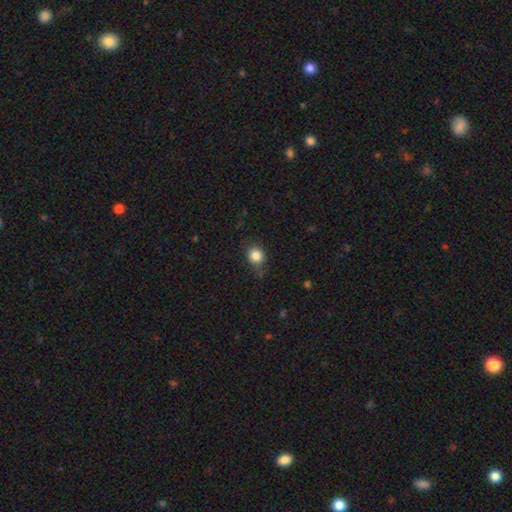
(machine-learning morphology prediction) Smooth or featured: smooth — 84% (star or artifact — 11%)
How rounded: round — 77% (in between — 22%)
Merging: none — 73% (minor disturbance — 20%)